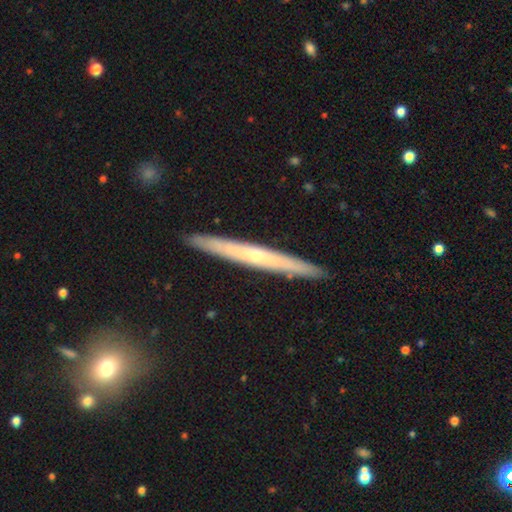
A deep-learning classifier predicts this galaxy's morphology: Smooth or featured? featured or disk (63%)
Edge-on disk? yes (95%)
Edge-on bulge? none (50%)
Merging? none (92%)